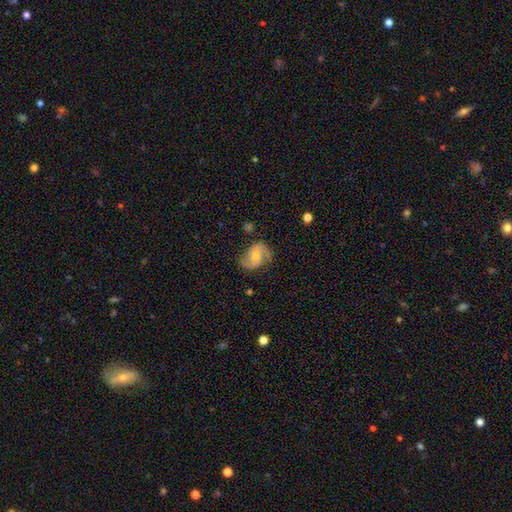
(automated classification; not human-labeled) featured or disk 83%, smooth 11%, star or artifact 7%. Down the decision tree: edge-on disk — no (97%); bar — no (65%); spiral arms — yes (96%); spiral arm count — 2 (89%); spiral winding — medium (49%); bulge size — moderate (57%); merging — none (74%).